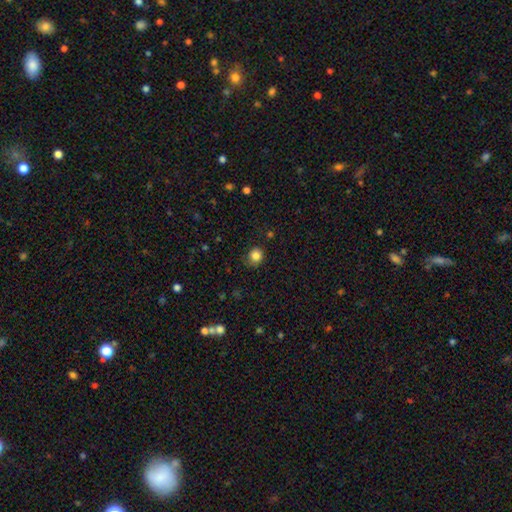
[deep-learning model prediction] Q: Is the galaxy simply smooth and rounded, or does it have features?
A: smooth — 84%.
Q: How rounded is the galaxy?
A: round — 81%.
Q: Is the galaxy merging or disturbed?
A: none — 77%.